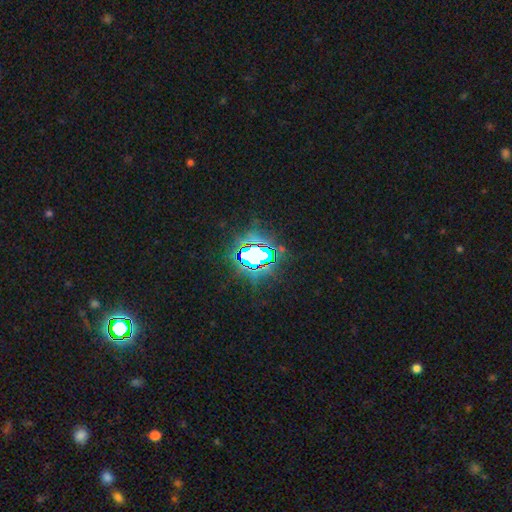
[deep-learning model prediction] Smooth or featured: star or artifact — 75% (smooth — 14%)